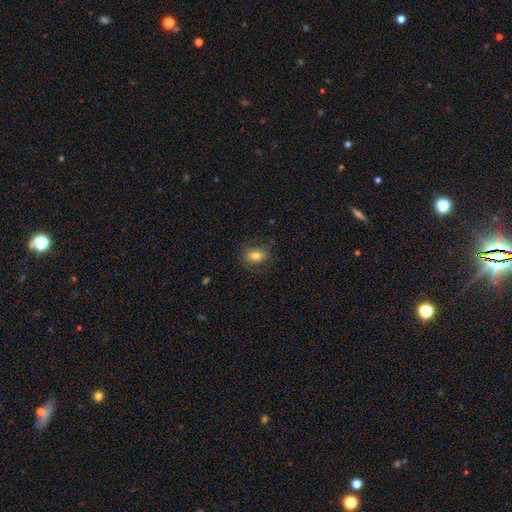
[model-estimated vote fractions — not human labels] Smooth or featured?
  - smooth: 77% *
  - featured or disk: 14%
  - star or artifact: 10%
How rounded?
  - in between: 70% *
  - round: 29%
  - cigar-shaped: 2%
Merging?
  - none: 81% *
  - minor disturbance: 13%
  - major disturbance: 4%
  - merger: 1%